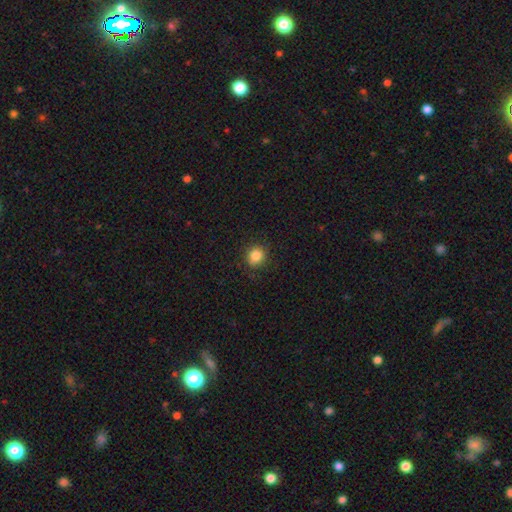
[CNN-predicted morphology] Smooth or featured? smooth (85%)
How rounded? round (82%)
Merging? none (88%)